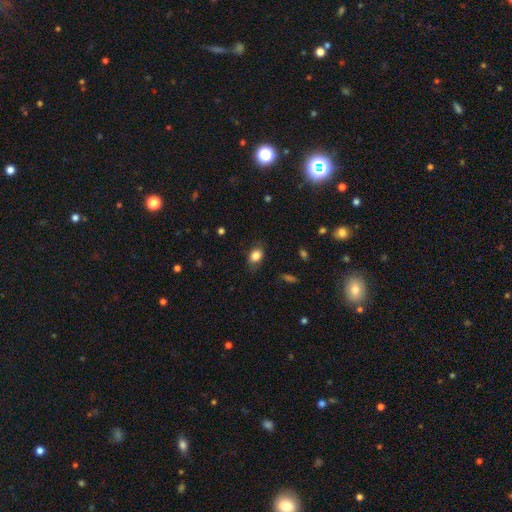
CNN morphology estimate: A smooth galaxy with no disk features (84%) that is in between round and cigar-shaped (69%). Merging: none (76%).